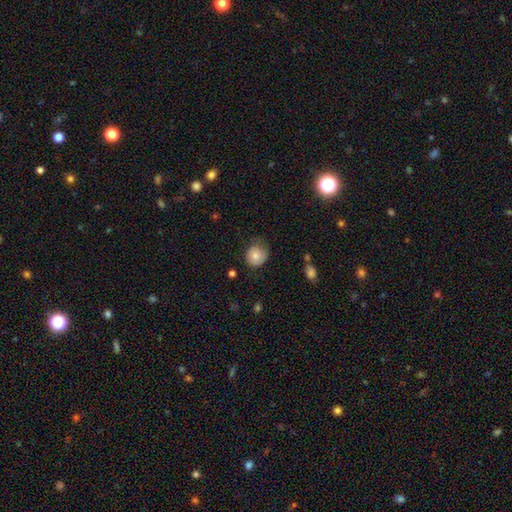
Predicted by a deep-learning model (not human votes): Smooth or featured? Predicted: smooth (p=0.77). How rounded? Predicted: round (p=0.85). Merging? Predicted: none (p=0.57).